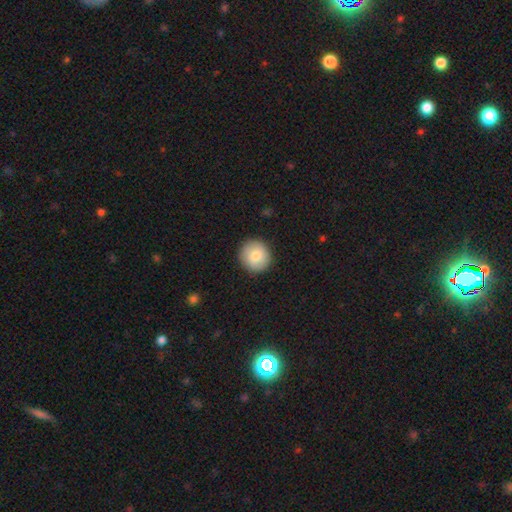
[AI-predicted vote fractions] This appears to be a smooth galaxy with no disk features (80%) that is round (92%). Merging: none (90%).